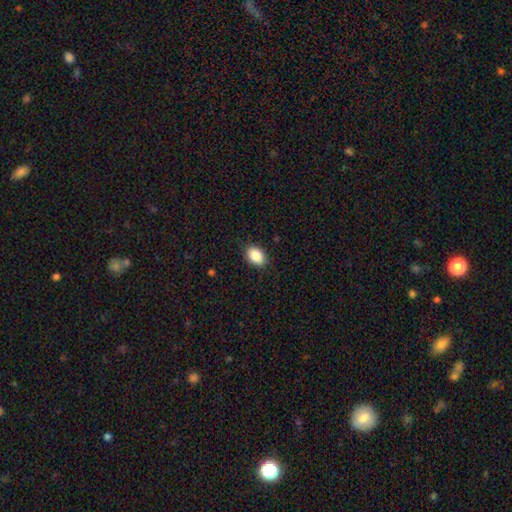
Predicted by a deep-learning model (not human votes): This appears to be a smooth galaxy with no disk features (88%) that is in between round and cigar-shaped (84%). Merging: none (88%).